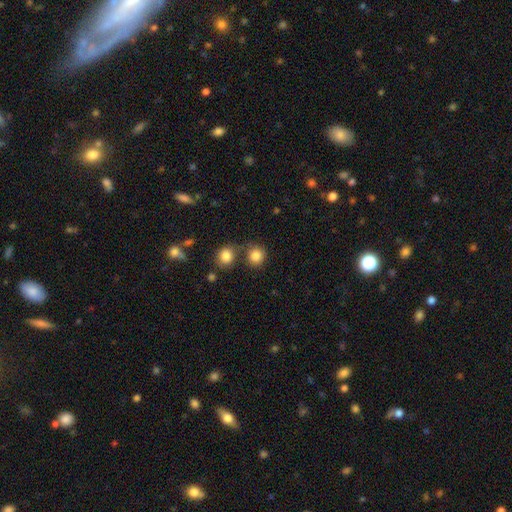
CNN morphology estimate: Smooth or featured? Predicted: smooth (p=0.84). How rounded? Predicted: round (p=0.86). Merging? Predicted: none (p=0.60).